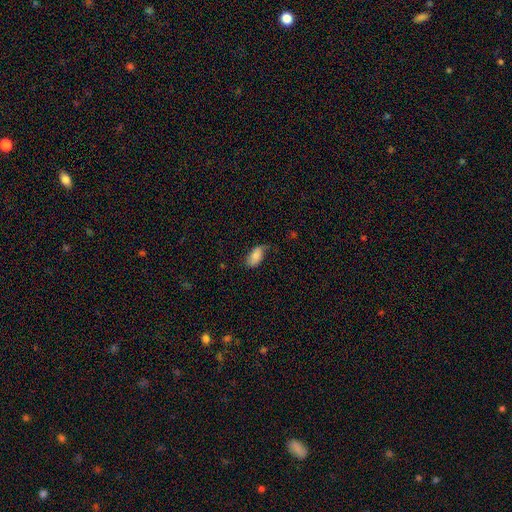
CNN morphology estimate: smooth 82%, featured or disk 11%, star or artifact 7%. Down the decision tree: how rounded — in between (93%); merging — none (62%).